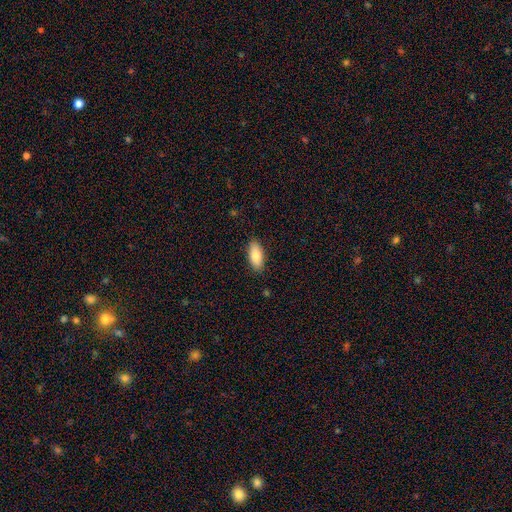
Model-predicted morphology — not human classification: A smooth galaxy with no disk features (84%) that is in between round and cigar-shaped (87%). Merging: none (88%).